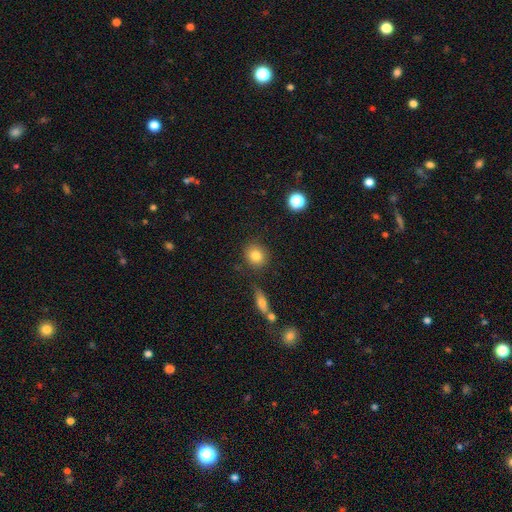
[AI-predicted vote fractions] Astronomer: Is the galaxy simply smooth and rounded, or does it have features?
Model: smooth — 82%.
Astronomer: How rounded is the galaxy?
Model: round — 79%.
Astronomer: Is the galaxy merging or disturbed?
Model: none — 83%.